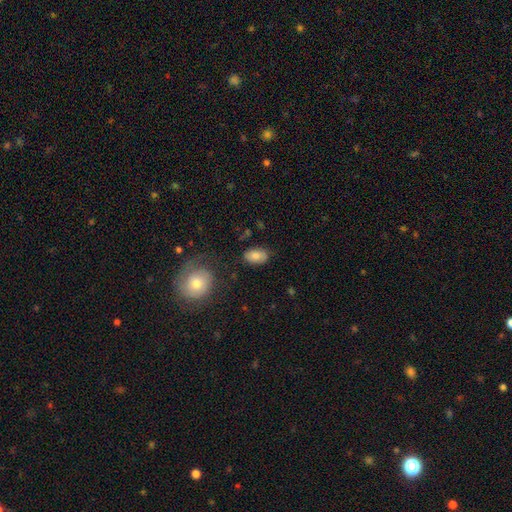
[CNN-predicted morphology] The model was most divided on "smooth or featured": smooth: 78%, featured or disk: 13%, star or artifact: 8%. More confident: how rounded — in between (90%); merging — none (80%).